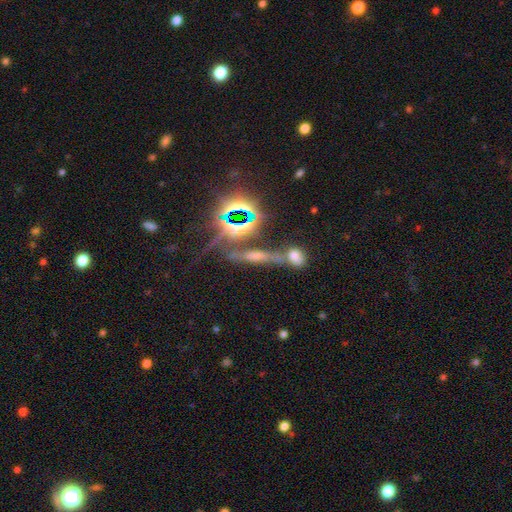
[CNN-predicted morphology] Smooth or featured? star or artifact (38%)